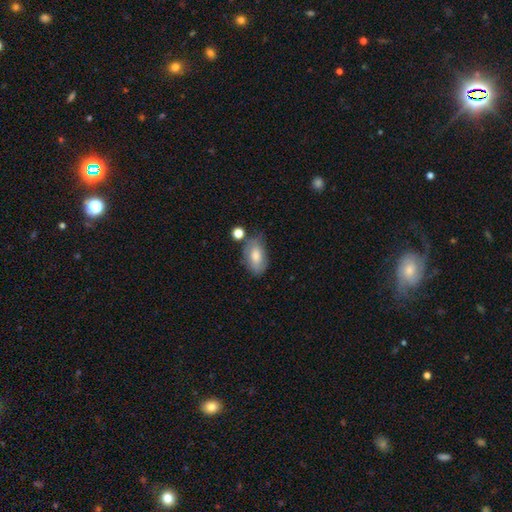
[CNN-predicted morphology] smooth_or_featured: smooth (p=0.70) [alt: featured or disk p=0.22]
how_rounded: in between (p=0.91) [alt: round p=0.07]
merging: none (p=0.58) [alt: minor disturbance p=0.25]